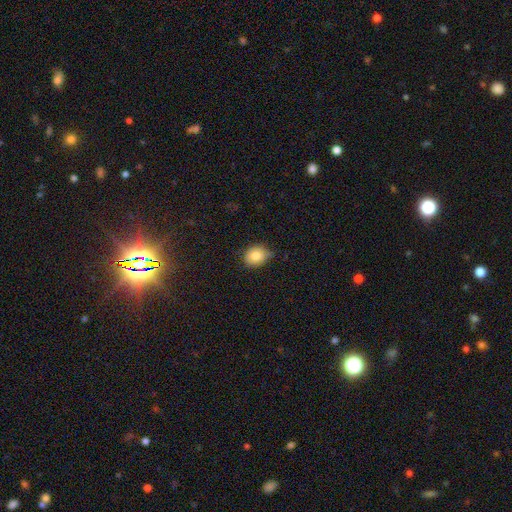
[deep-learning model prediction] A smooth galaxy with no disk features (82%) that is round (53%). Merging: none (65%).